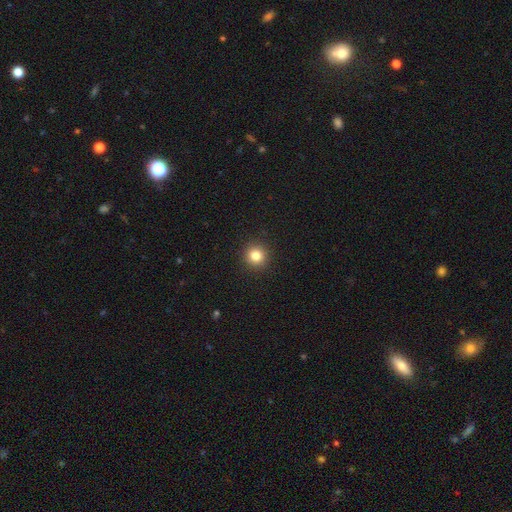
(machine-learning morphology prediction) Overall: smooth (83%). How rounded: round (92%). Merging: none (92%).